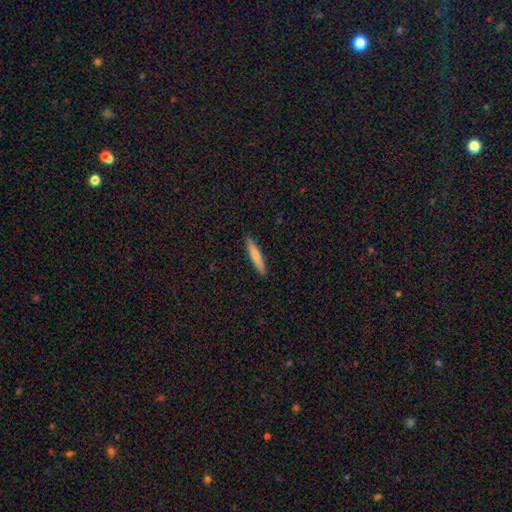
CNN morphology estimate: type=smooth (78%); roundness=cigar-shaped (92%); merging=none (91%).